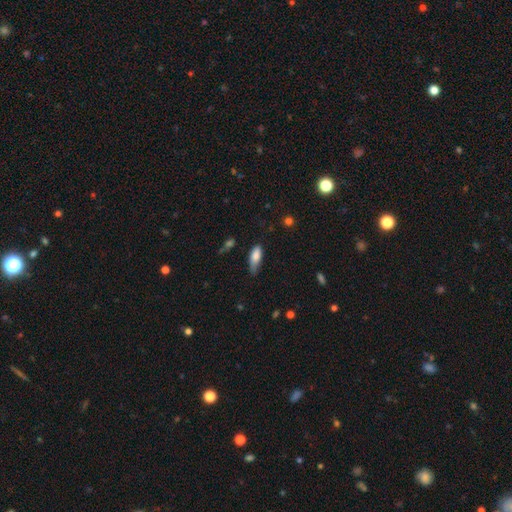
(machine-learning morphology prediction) smooth_or_featured: smooth (p=0.81) [alt: featured or disk p=0.12]
how_rounded: in between (p=0.76) [alt: cigar-shaped p=0.22]
merging: minor disturbance (p=0.44) [alt: none p=0.40]